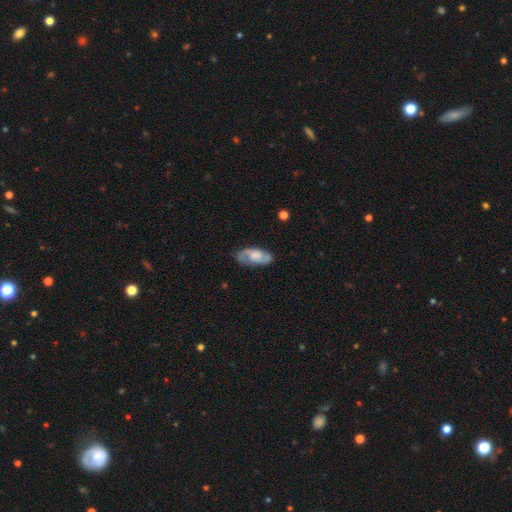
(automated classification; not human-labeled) smooth_or_featured: featured or disk (p=0.64) [alt: smooth p=0.30]
disk_edge_on: no (p=0.92) [alt: yes p=0.08]
bar: no (p=0.64) [alt: weak p=0.30]
has_spiral_arms: yes (p=0.87) [alt: no p=0.13]
spiral_winding: medium (p=0.47) [alt: tight p=0.32]
spiral_arm_count: 2 (p=0.79) [alt: can't tell p=0.12]
bulge_size: large (p=0.33) [alt: moderate p=0.25]
merging: none (p=0.77) [alt: minor disturbance p=0.16]